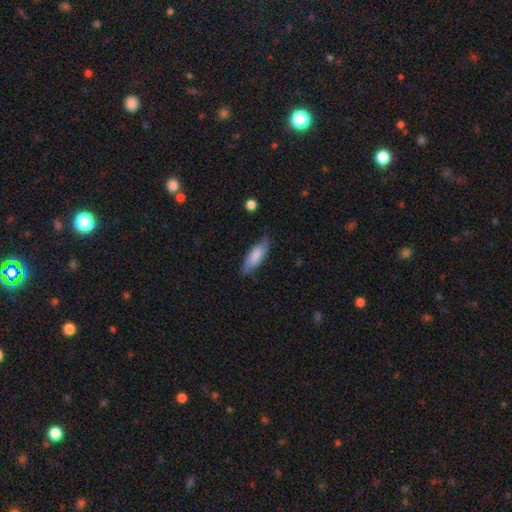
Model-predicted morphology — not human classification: smooth_or_featured: smooth (p=0.78) [alt: featured or disk p=0.16]
how_rounded: in between (p=0.62) [alt: cigar-shaped p=0.36]
merging: none (p=0.72) [alt: minor disturbance p=0.23]